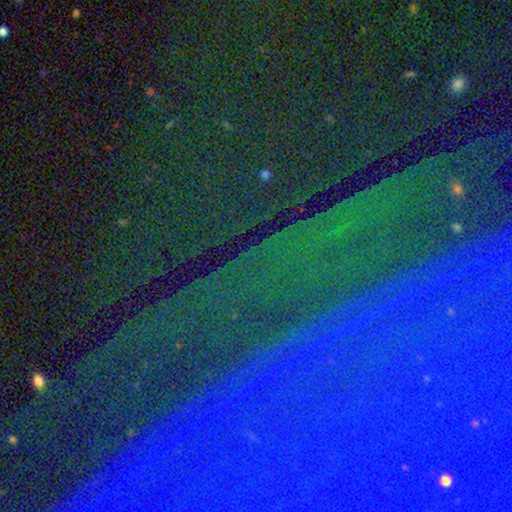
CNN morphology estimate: star or artifact 87%, featured or disk 7%, smooth 6%.